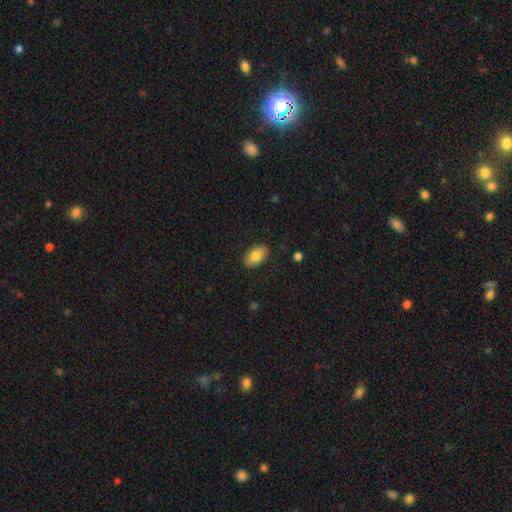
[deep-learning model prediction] A smooth galaxy with no disk features (81%) that is in between round and cigar-shaped (91%). Merging: none (87%).